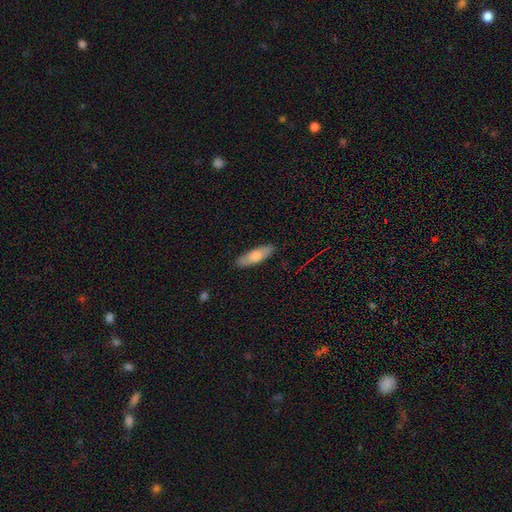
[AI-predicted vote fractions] A smooth galaxy with no disk features (70%) that is cigar-shaped (50%).

Vote fractions:
- Smooth or featured? smooth: 70% / featured or disk: 24% / star or artifact: 6%
- How rounded? cigar-shaped: 50% / in between: 48% / round: 2%
- Merging? none: 88% / minor disturbance: 9% / major disturbance: 2% / merger: 1%